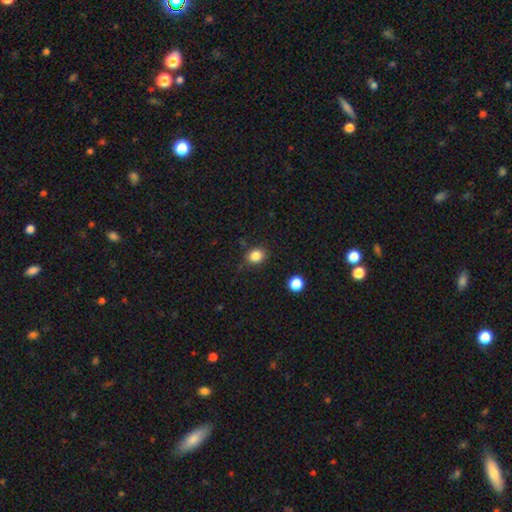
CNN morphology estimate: A smooth galaxy with no disk features (85%) that is round (63%).

Vote fractions:
- Smooth or featured? smooth: 85% / star or artifact: 11% / featured or disk: 4%
- How rounded? round: 63% / in between: 36% / cigar-shaped: 1%
- Merging? none: 85% / minor disturbance: 10% / major disturbance: 3% / merger: 2%